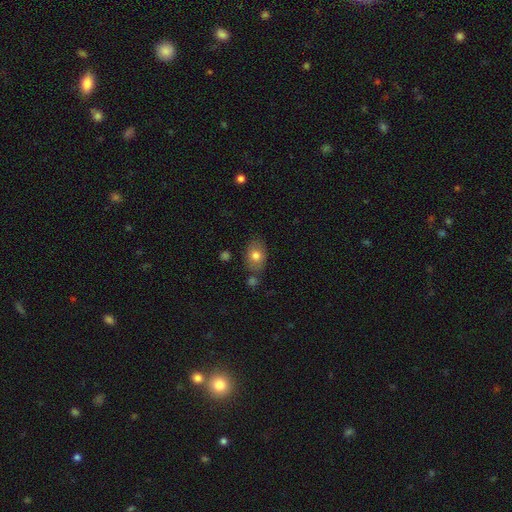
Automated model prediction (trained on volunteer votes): Smooth or featured? Predicted: smooth (p=0.76). How rounded? Predicted: in between (p=0.75). Merging? Predicted: none (p=0.74).